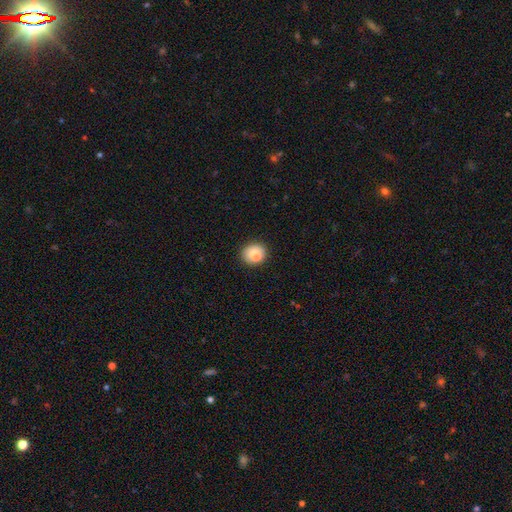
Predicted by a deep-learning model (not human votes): Smooth or featured?
  - smooth: 78% *
  - featured or disk: 13%
  - star or artifact: 8%
How rounded?
  - round: 79% *
  - in between: 20%
  - cigar-shaped: 1%
Merging?
  - none: 88% *
  - minor disturbance: 9%
  - major disturbance: 2%
  - merger: 1%